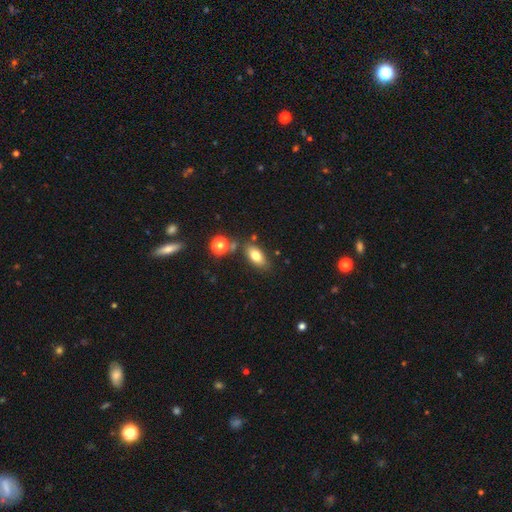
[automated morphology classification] The model was most divided on "merging": none: 74%, minor disturbance: 14%, merger: 9%, major disturbance: 4%. More confident: how rounded — in between (85%); smooth or featured — smooth (77%).